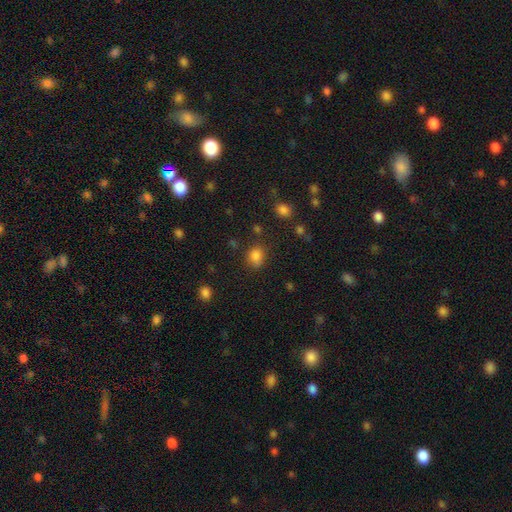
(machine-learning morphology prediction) A smooth galaxy with no disk features (82%) that is round (53%). Merging: none (68%).